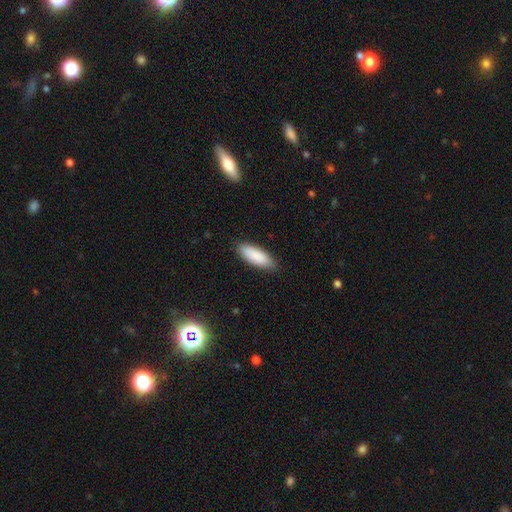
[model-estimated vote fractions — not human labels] The model was most divided on "how rounded": in between: 61%, cigar-shaped: 37%, round: 1%. More confident: smooth or featured — smooth (89%); merging — none (87%).